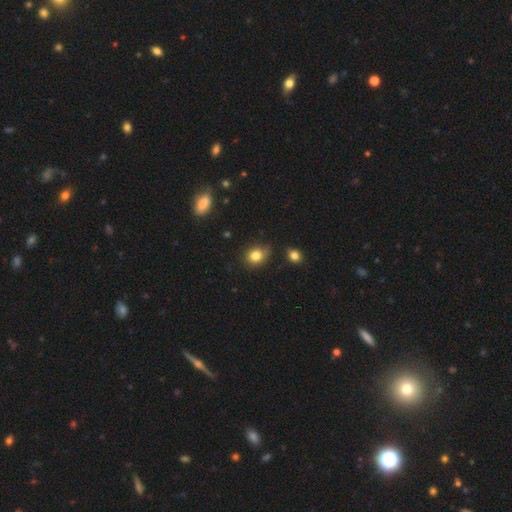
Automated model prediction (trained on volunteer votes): Smooth or featured? Predicted: smooth (p=0.82). How rounded? Predicted: round (p=0.54). Merging? Predicted: none (p=0.67).